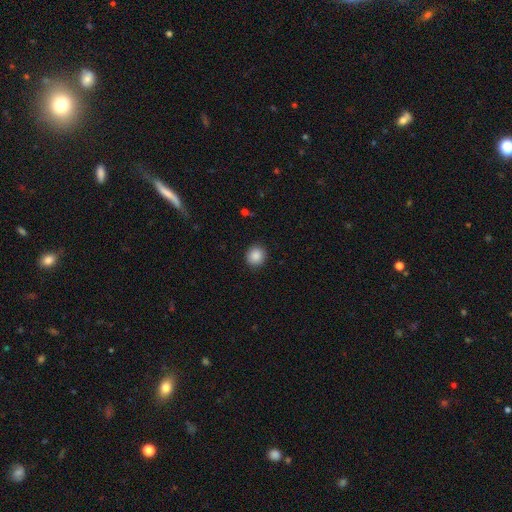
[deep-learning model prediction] Smooth or featured: smooth — 88% (star or artifact — 9%)
How rounded: round — 88% (in between — 11%)
Merging: none — 91% (minor disturbance — 6%)